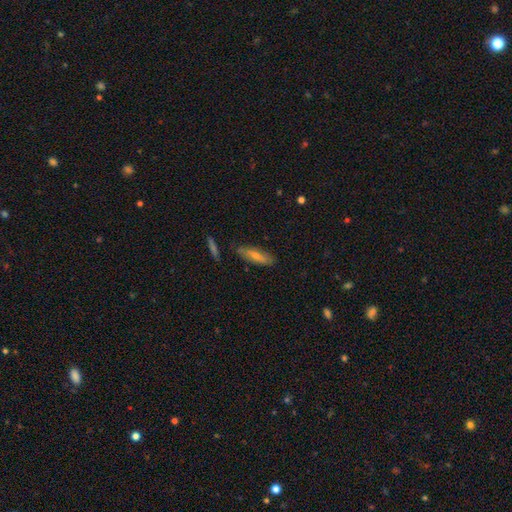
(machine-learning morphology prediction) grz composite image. It shows a smooth galaxy with no disk features (49%). Merging: none (82%).